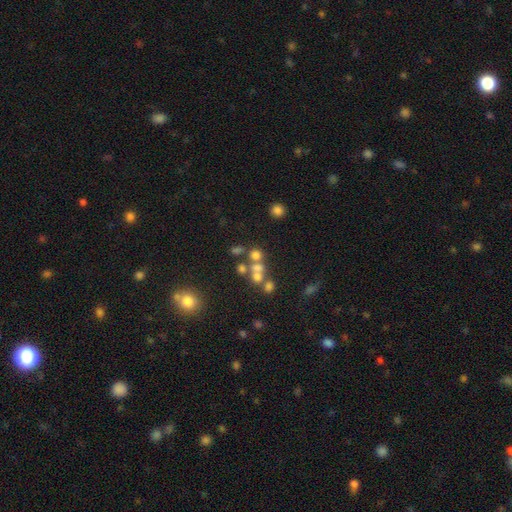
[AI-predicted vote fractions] Q: Smooth or featured?
A: smooth (56%); runner-up: star or artifact (23%)
Q: How rounded?
A: round (79%); runner-up: in between (20%)
Q: Merging?
A: merger (44%); runner-up: none (41%)